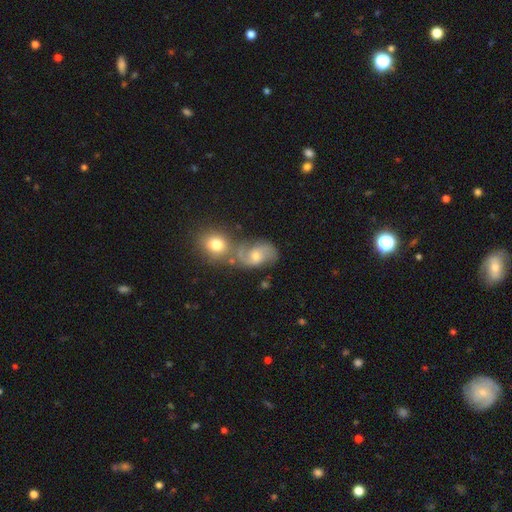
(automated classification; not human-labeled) featured or disk 65%, smooth 25%, star or artifact 10%. Down the decision tree: edge-on disk — no (97%); bar — no (53%); spiral arms — yes (89%); spiral arm count — 2 (86%); spiral winding — medium (47%); bulge size — moderate (55%); merging — none (40%).